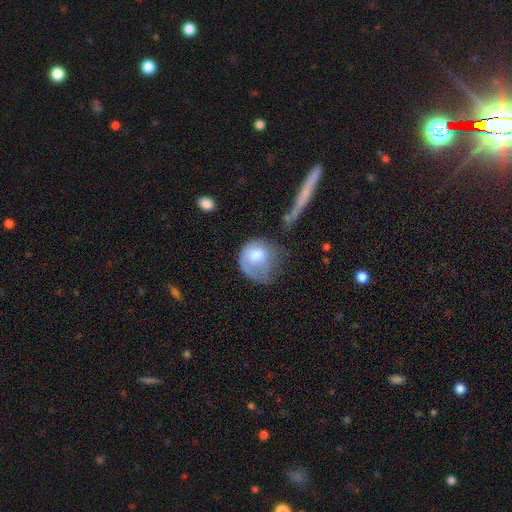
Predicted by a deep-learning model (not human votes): A smooth galaxy with no disk features (68%) that is round (72%).

Vote fractions:
- Smooth or featured? smooth: 68% / featured or disk: 25% / star or artifact: 7%
- How rounded? round: 72% / in between: 26% / cigar-shaped: 1%
- Merging? major disturbance: 40% / minor disturbance: 27% / none: 27% / merger: 5%